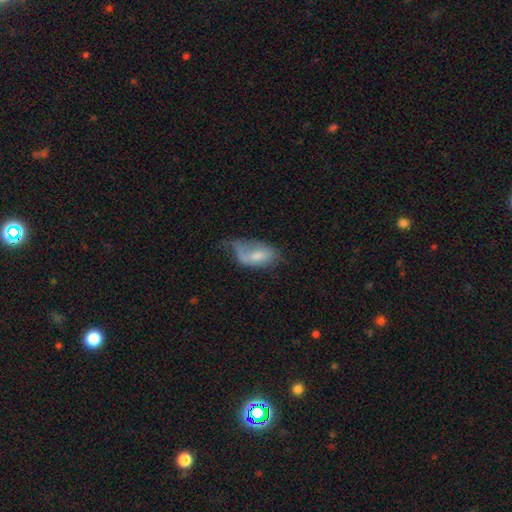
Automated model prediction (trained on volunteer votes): Smooth or featured? Predicted: smooth (p=0.59). How rounded? Predicted: in between (p=0.92). Merging? Predicted: major disturbance (p=0.39).